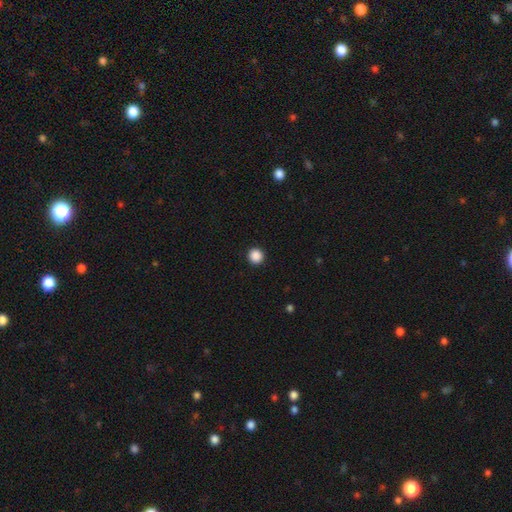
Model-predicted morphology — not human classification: This appears to be a smooth galaxy with no disk features (88%) that is round (96%). Merging: none (93%).